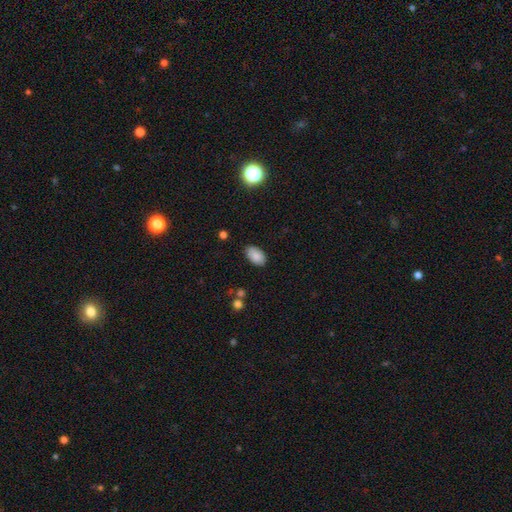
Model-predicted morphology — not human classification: smooth-or-featured: smooth: 86% | star or artifact: 8% | featured or disk: 6%
  how-rounded: in between: 93% | round: 6% | cigar-shaped: 1%
  merging: none: 85% | minor disturbance: 11% | major disturbance: 2% | merger: 1%